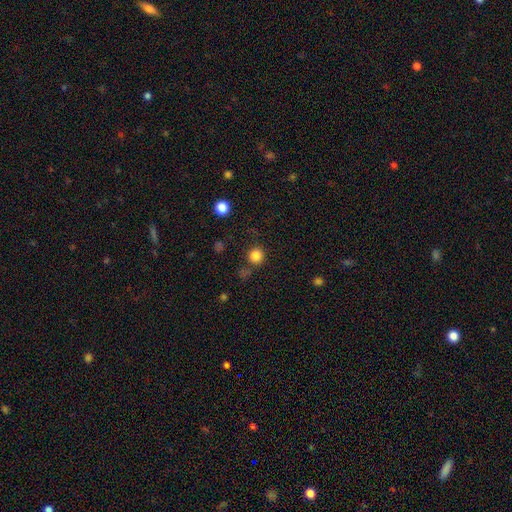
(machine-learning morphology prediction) Smooth or featured? smooth (82%)
How rounded? round (94%)
Merging? none (80%)